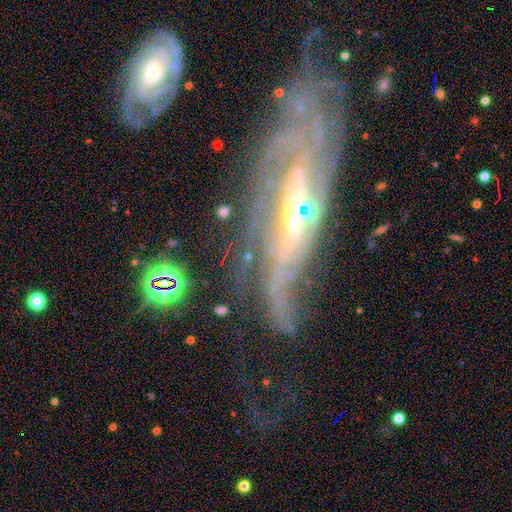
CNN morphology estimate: Smooth or featured?
  - featured or disk: 78% *
  - smooth: 11%
  - star or artifact: 11%
Edge-on disk?
  - no: 71% *
  - yes: 29%
Bar?
  - no: 45% *
  - weak: 30%
  - strong: 24%
Spiral arms?
  - yes: 78% *
  - no: 22%
Bulge size?
  - moderate: 45% *
  - small: 40%
  - large: 8%
  - none: 5%
  - dominant: 2%
Merging?
  - none: 45% *
  - major disturbance: 24%
  - minor disturbance: 21%
  - merger: 10%